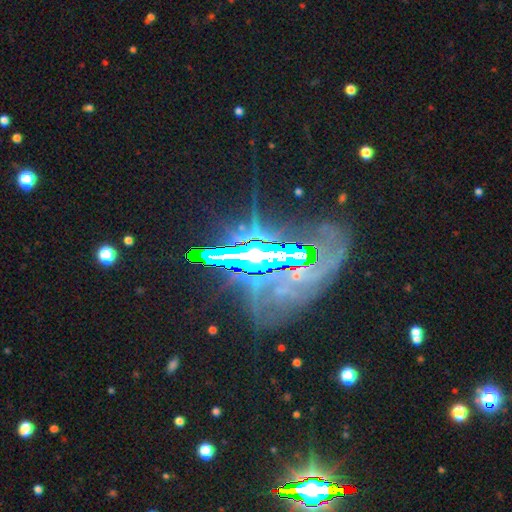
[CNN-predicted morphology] A star or artifact, not a galaxy (64%).